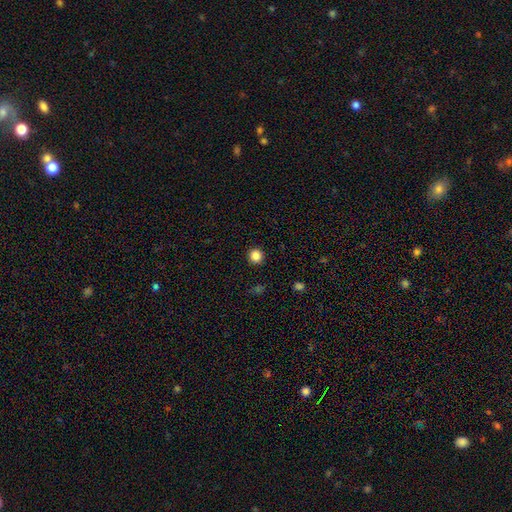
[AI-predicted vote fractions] Morphology: type=smooth (85%); roundness=round (93%); merging=none (93%).